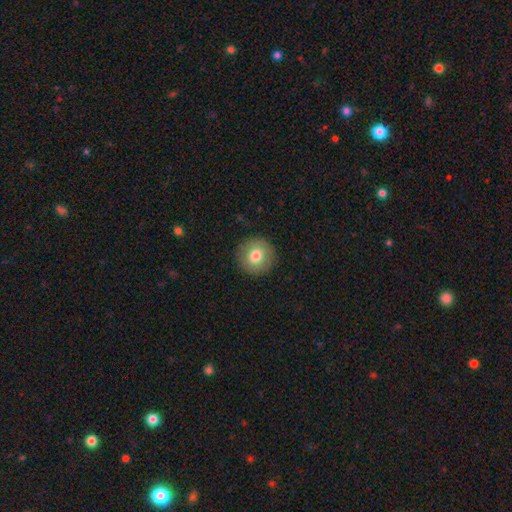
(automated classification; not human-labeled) A smooth galaxy with no disk features (77%) that is round (95%).

Vote fractions:
- Smooth or featured? smooth: 77% / featured or disk: 14% / star or artifact: 9%
- How rounded? round: 95% / in between: 4% / cigar-shaped: 1%
- Merging? none: 91% / minor disturbance: 6% / major disturbance: 2% / merger: 1%